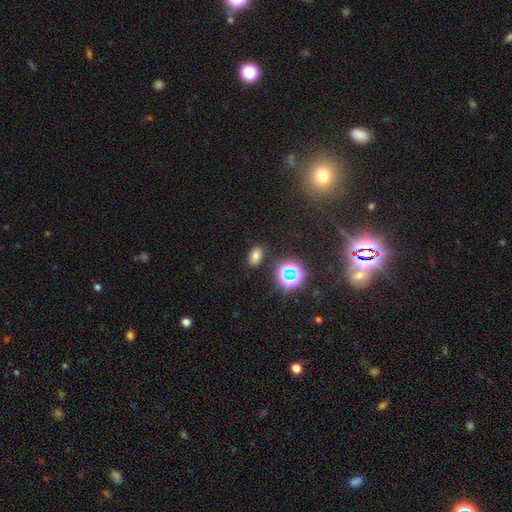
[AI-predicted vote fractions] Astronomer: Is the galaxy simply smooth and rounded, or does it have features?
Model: smooth — 67%.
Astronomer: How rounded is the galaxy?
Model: in between — 83%.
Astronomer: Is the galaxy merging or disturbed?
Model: none — 84%.